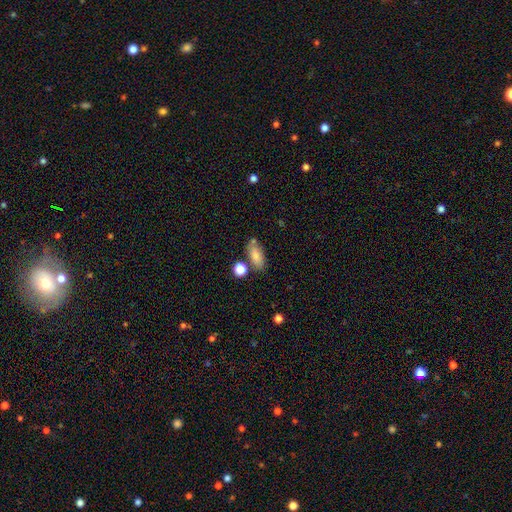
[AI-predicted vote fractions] Smooth or featured? smooth (81%)
How rounded? in between (85%)
Merging? none (67%)